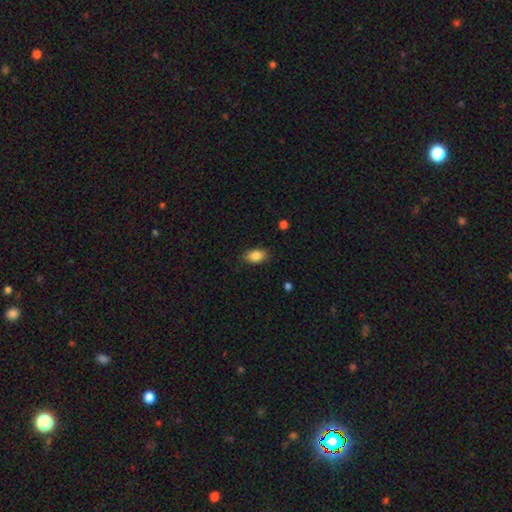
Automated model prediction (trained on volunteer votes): smooth 86%, star or artifact 8%, featured or disk 6%. Down the decision tree: how rounded — in between (89%); merging — none (82%).